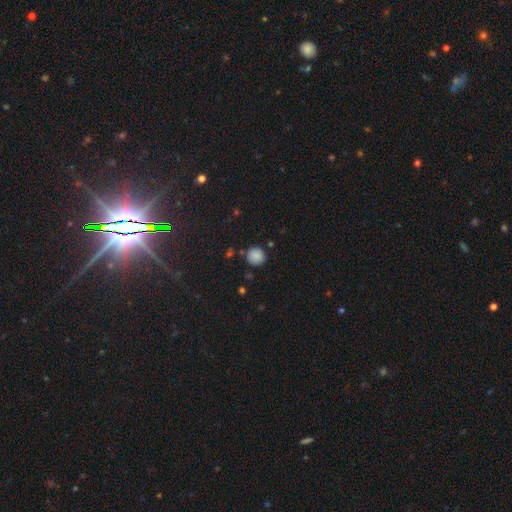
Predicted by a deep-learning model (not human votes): A smooth galaxy with no disk features (85%) that is round (91%).

Vote fractions:
- Smooth or featured? smooth: 85% / star or artifact: 10% / featured or disk: 5%
- How rounded? round: 91% / in between: 8% / cigar-shaped: 1%
- Merging? none: 82% / minor disturbance: 12% / merger: 4% / major disturbance: 3%